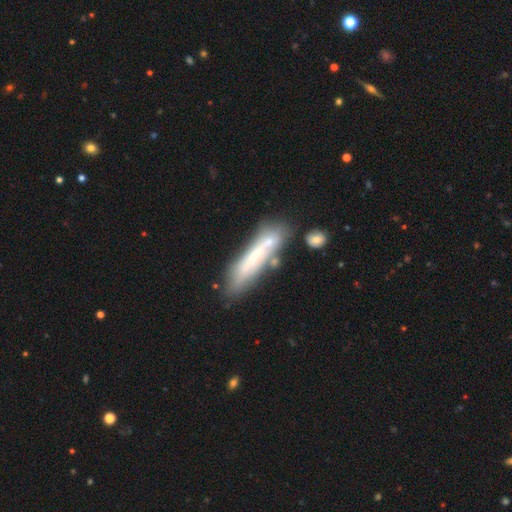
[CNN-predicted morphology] smooth_or_featured: featured or disk (p=0.47) [alt: smooth p=0.46]
merging: none (p=0.57) [alt: minor disturbance p=0.18]